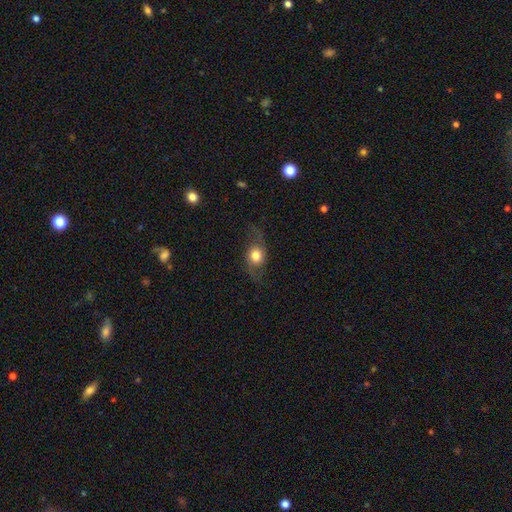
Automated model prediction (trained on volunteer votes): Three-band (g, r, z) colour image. It shows a smooth galaxy with no disk features (51%) that is round (58%). Merging: none (65%).